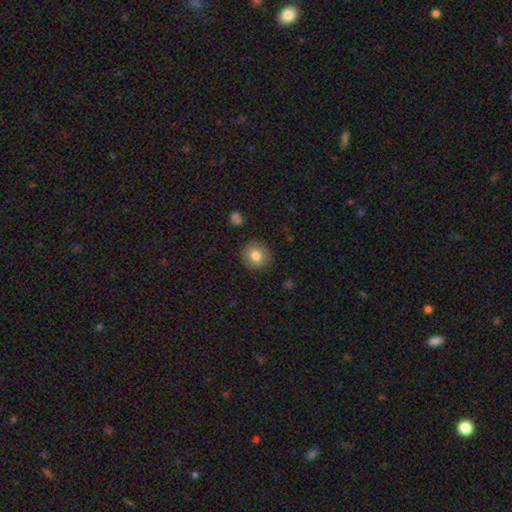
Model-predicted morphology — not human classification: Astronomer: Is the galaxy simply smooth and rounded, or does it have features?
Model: smooth — 81%.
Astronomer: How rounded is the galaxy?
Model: round — 89%.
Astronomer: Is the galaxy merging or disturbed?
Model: none — 89%.